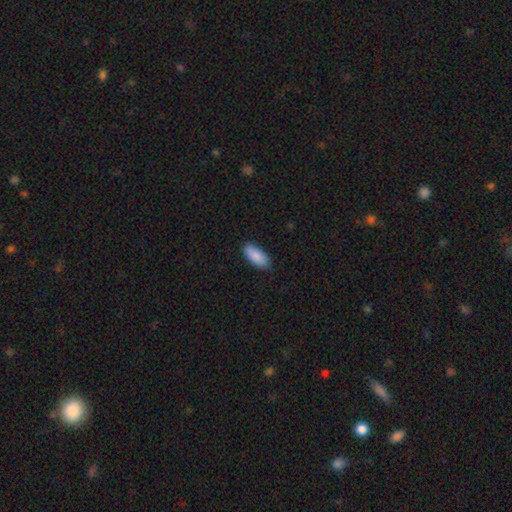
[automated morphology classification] Smooth or featured? smooth (89%)
How rounded? in between (87%)
Merging? none (85%)